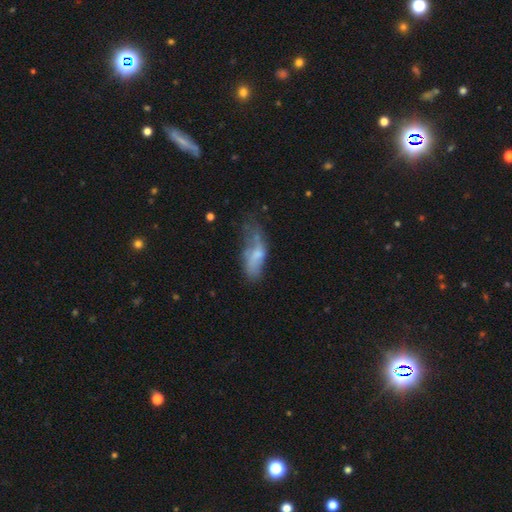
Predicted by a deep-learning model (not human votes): Overall: smooth (54%; featured or disk 37%). How rounded: in between (74%). Merging: major disturbance (35%; minor disturbance 31%).